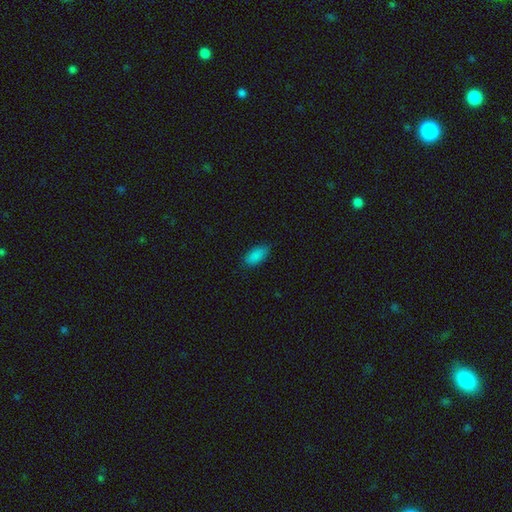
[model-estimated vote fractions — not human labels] A smooth galaxy with no disk features (88%) that is in between round and cigar-shaped (91%). Merging: none (84%).